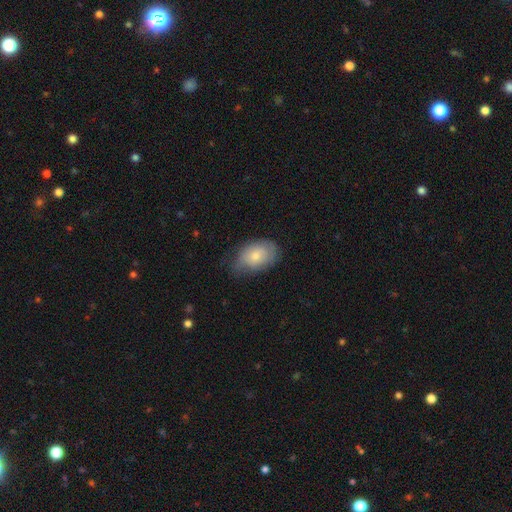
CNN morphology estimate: smooth-or-featured: smooth: 75% | featured or disk: 18% | star or artifact: 6%
  how-rounded: in between: 88% | round: 11% | cigar-shaped: 1%
  merging: none: 57% | minor disturbance: 34% | major disturbance: 8% | merger: 1%